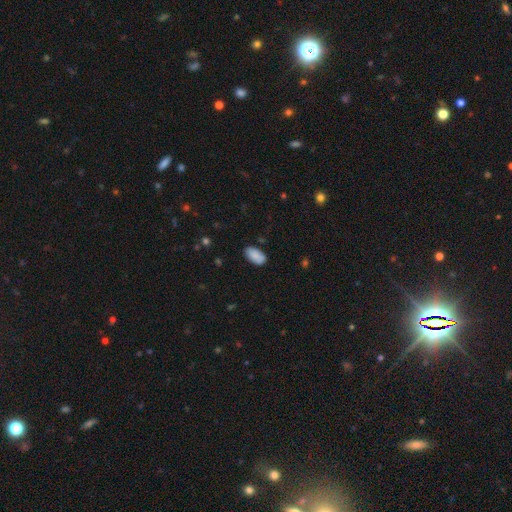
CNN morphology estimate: This is clearly a smooth galaxy (87%). How rounded: clearly in between (95%). Merging: likely none (80%).